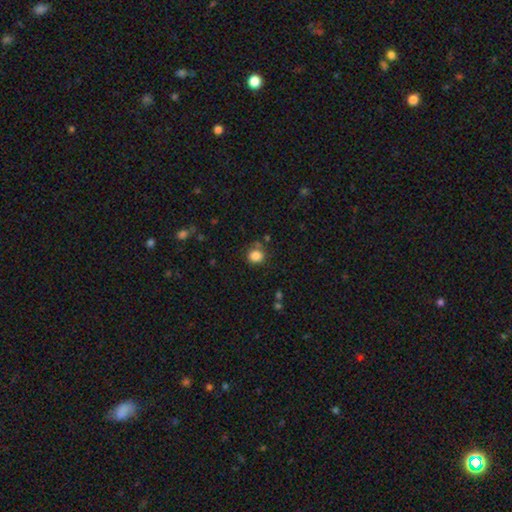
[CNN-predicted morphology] smooth-or-featured: smooth: 85% | star or artifact: 11% | featured or disk: 4%
  how-rounded: round: 80% | in between: 19% | cigar-shaped: 1%
  merging: none: 75% | minor disturbance: 15% | merger: 6% | major disturbance: 4%